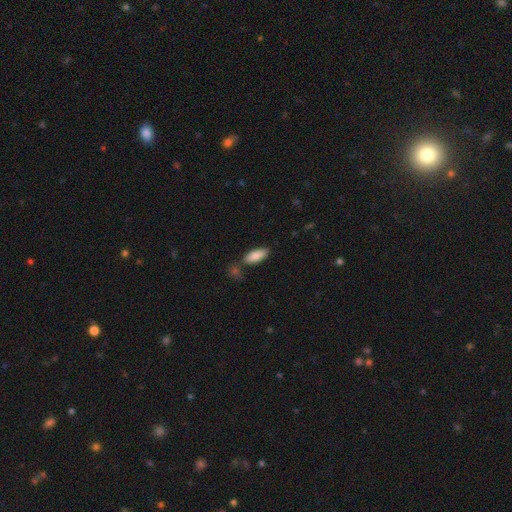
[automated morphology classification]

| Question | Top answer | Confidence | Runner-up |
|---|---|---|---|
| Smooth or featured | smooth | 87% | featured or disk (7%) |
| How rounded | in between | 77% | cigar-shaped (21%) |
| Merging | none | 72% | minor disturbance (15%) |